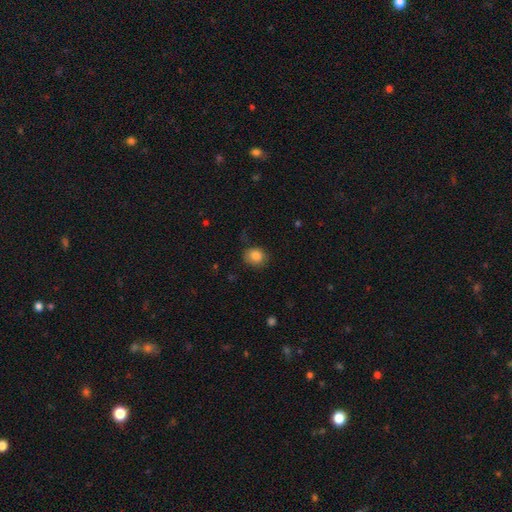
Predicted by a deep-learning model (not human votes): Smooth or featured?
  - smooth: 83% *
  - star or artifact: 10%
  - featured or disk: 7%
How rounded?
  - round: 73% *
  - in between: 26%
  - cigar-shaped: 1%
Merging?
  - none: 78% *
  - minor disturbance: 17%
  - major disturbance: 4%
  - merger: 1%